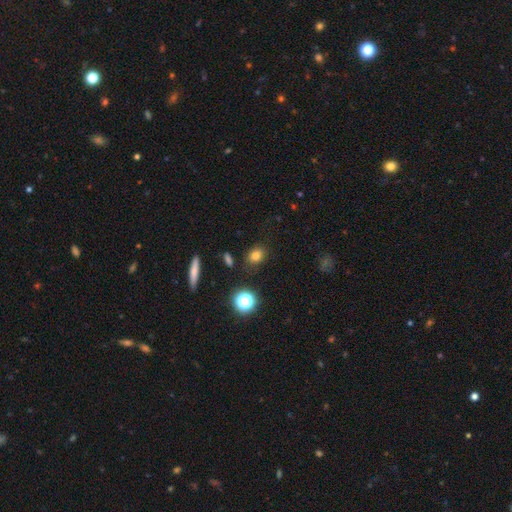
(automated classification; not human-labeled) Q: Smooth or featured?
A: smooth (78%); runner-up: star or artifact (15%)
Q: How rounded?
A: round (52%); runner-up: in between (46%)
Q: Merging?
A: none (83%); runner-up: minor disturbance (11%)